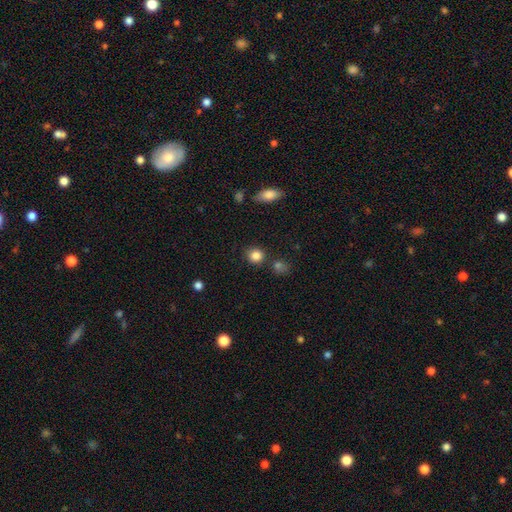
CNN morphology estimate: Overall: smooth (85%). How rounded: round (85%). Merging: none (80%).